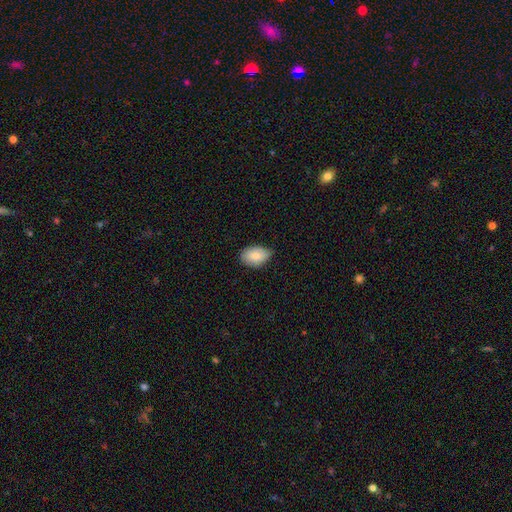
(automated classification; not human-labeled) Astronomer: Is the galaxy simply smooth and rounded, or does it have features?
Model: smooth — 83%.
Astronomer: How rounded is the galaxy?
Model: in between — 88%.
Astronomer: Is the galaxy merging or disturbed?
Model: none — 69%.